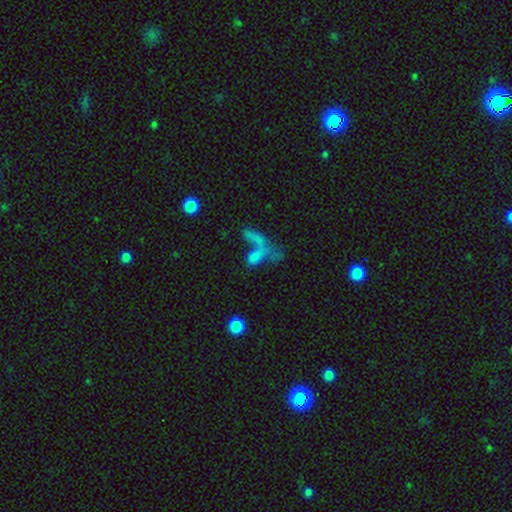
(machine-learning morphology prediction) This appears to be a smooth galaxy with no disk features (59%) that is in between round and cigar-shaped (59%). Merging: merger (52%).